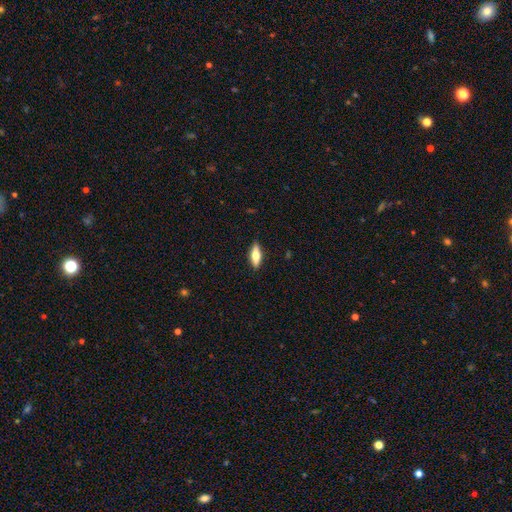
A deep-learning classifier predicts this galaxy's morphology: Smooth or featured?
  - smooth: 57% *
  - featured or disk: 37%
  - star or artifact: 6%
How rounded?
  - in between: 59% *
  - cigar-shaped: 38%
  - round: 3%
Merging?
  - none: 88% *
  - minor disturbance: 9%
  - major disturbance: 2%
  - merger: 1%